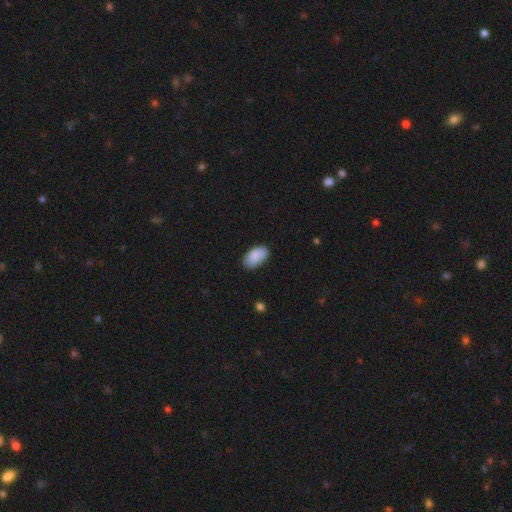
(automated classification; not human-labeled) Overall: smooth (88%). How rounded: in between (95%). Merging: none (78%).